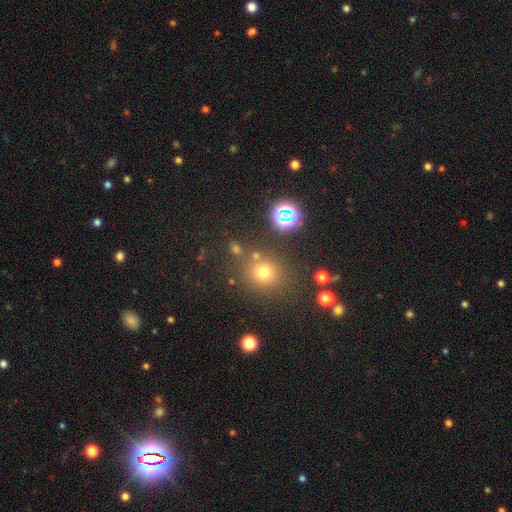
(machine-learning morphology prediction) Smooth or featured? smooth (62%)
How rounded? round (86%)
Merging? none (77%)